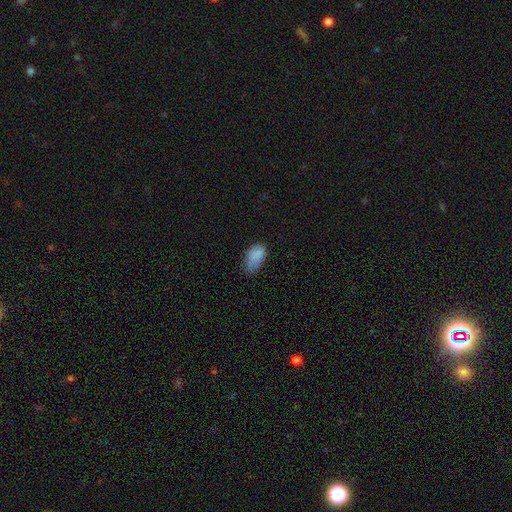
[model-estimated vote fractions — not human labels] This appears to be a smooth galaxy with no disk features (85%) that is in between round and cigar-shaped (93%). Merging: none (50%).